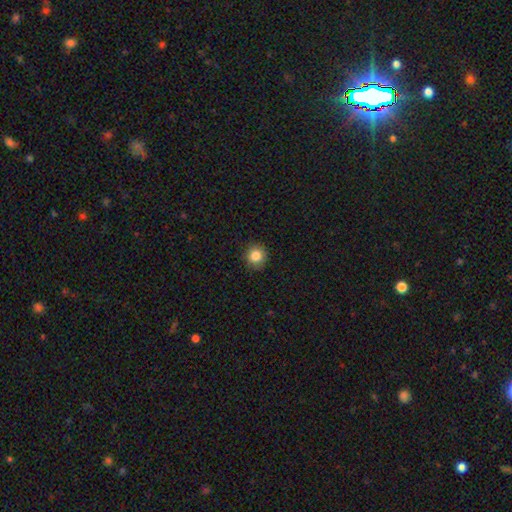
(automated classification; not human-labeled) A smooth galaxy with no disk features (85%) that is round (92%).

Vote fractions:
- Smooth or featured? smooth: 85% / star or artifact: 10% / featured or disk: 5%
- How rounded? round: 92% / in between: 7% / cigar-shaped: 1%
- Merging? none: 90% / minor disturbance: 7% / major disturbance: 2% / merger: 1%